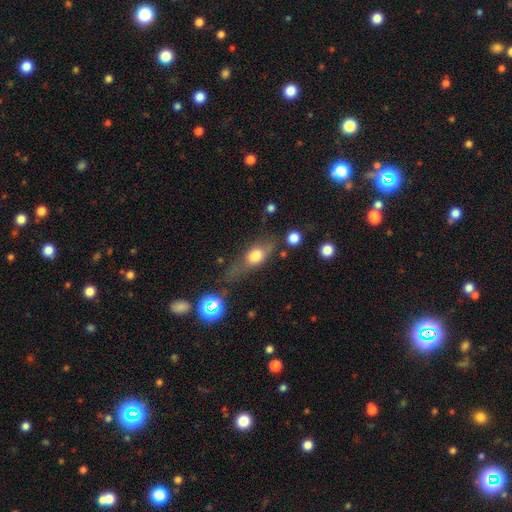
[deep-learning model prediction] Smooth or featured? Predicted: smooth (p=0.64). How rounded? Predicted: in between (p=0.63). Merging? Predicted: none (p=0.47).